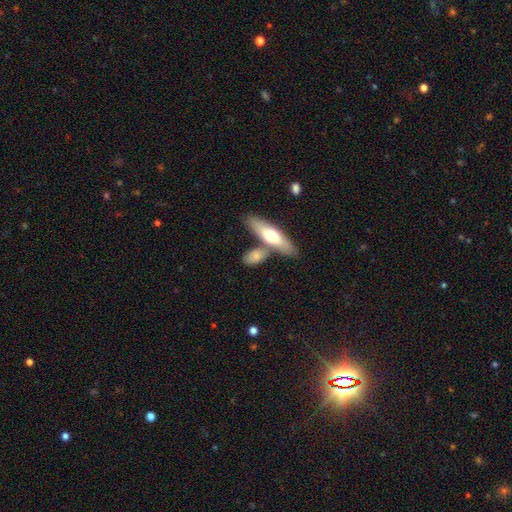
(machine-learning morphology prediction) This appears to be a smooth galaxy with no disk features (69%) that is in between round and cigar-shaped (56%). Merging: none (57%).